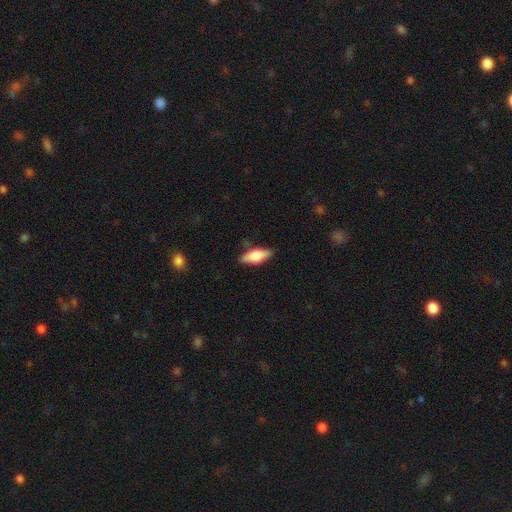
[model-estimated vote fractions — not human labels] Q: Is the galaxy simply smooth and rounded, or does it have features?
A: smooth — 66%.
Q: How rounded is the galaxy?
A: in between — 70%.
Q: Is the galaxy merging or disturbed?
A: none — 80%.